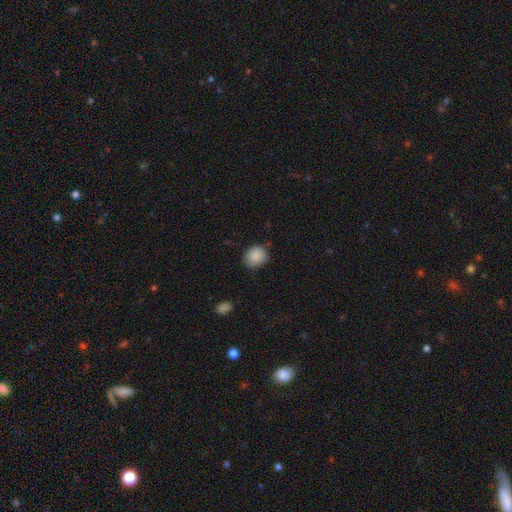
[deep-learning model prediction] Q: Smooth or featured?
A: smooth (87%); runner-up: star or artifact (8%)
Q: How rounded?
A: round (77%); runner-up: in between (23%)
Q: Merging?
A: none (82%); runner-up: minor disturbance (14%)